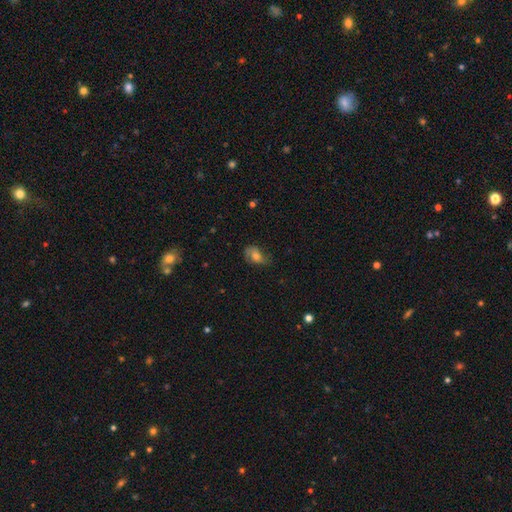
This appears to be a featured or disk galaxy (56%) with no bar (55%), 2 (70%) tight (40%) spiral arms (91%) and a large central bulge (45%). Merging: none (57%).